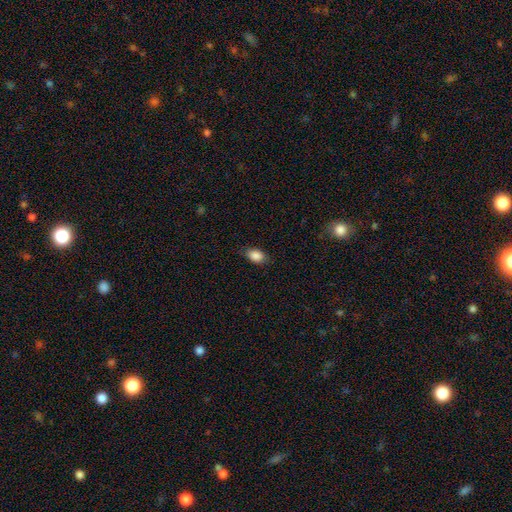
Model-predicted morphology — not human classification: A smooth galaxy with no disk features (88%) that is in between round and cigar-shaped (86%). Merging: none (81%).